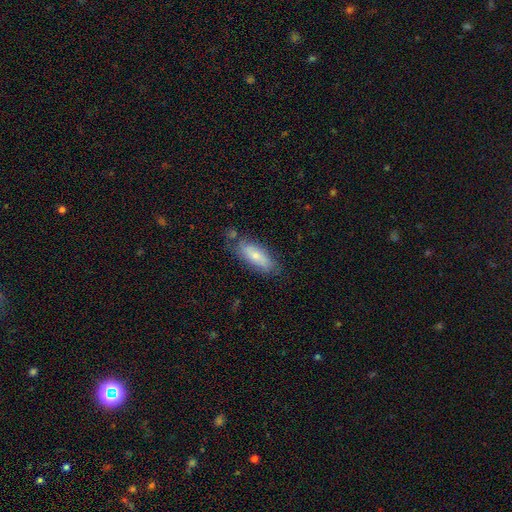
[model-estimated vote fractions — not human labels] Morphology: type=smooth (66%); roundness=in between (69%); merging=none (71%).